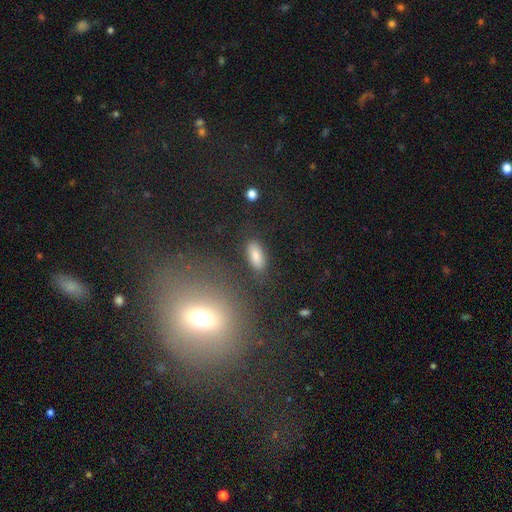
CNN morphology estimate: Smooth or featured? smooth (74%)
How rounded? in between (74%)
Merging? none (83%)